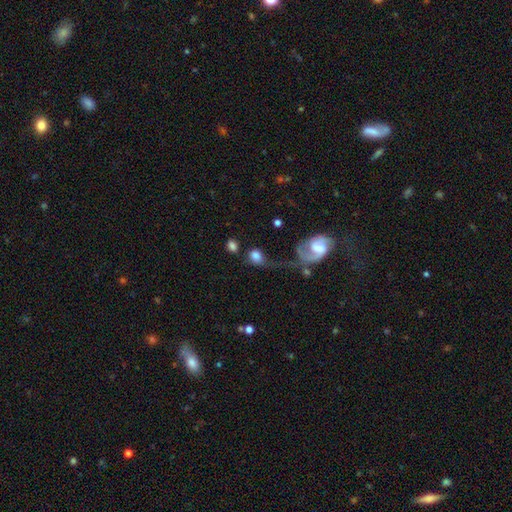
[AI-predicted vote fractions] This appears to be a smooth galaxy with no disk features (69%) that is round (54%). Merging: none (38%).